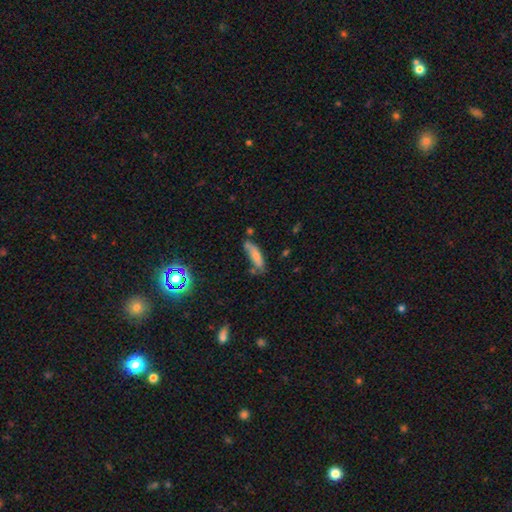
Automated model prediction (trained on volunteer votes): A smooth galaxy with no disk features (76%) that is cigar-shaped (55%). Merging: none (54%).